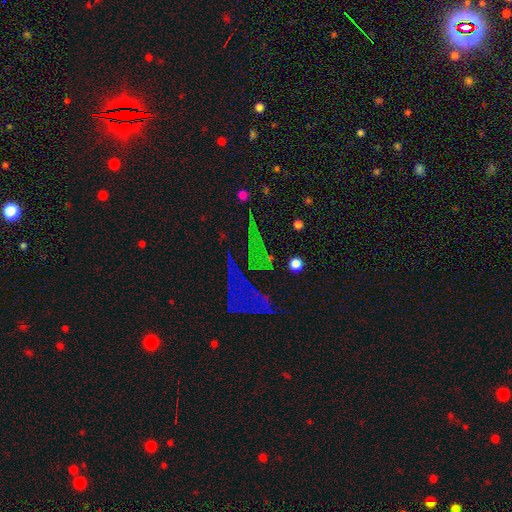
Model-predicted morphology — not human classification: Smooth or featured?
  - star or artifact: 63% *
  - featured or disk: 19%
  - smooth: 18%